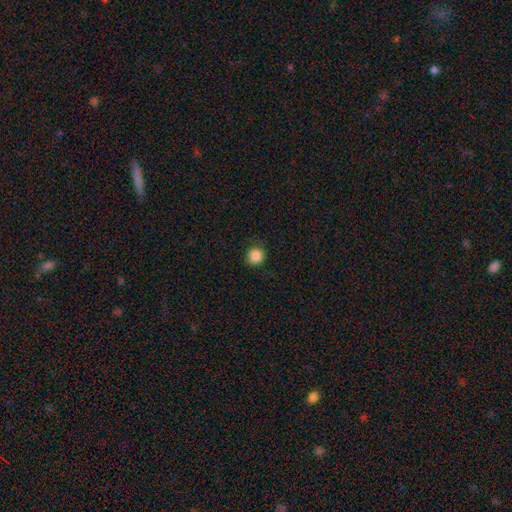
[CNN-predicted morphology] Q: Smooth or featured?
A: smooth (86%); runner-up: star or artifact (11%)
Q: How rounded?
A: round (92%); runner-up: in between (7%)
Q: Merging?
A: none (87%); runner-up: minor disturbance (10%)